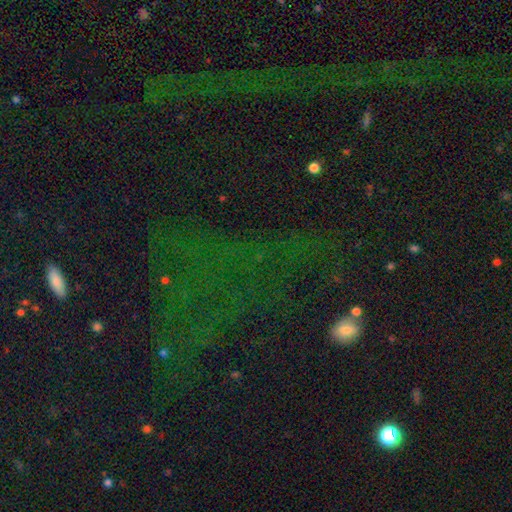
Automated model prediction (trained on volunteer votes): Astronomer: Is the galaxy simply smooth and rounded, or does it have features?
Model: star or artifact — 70%.